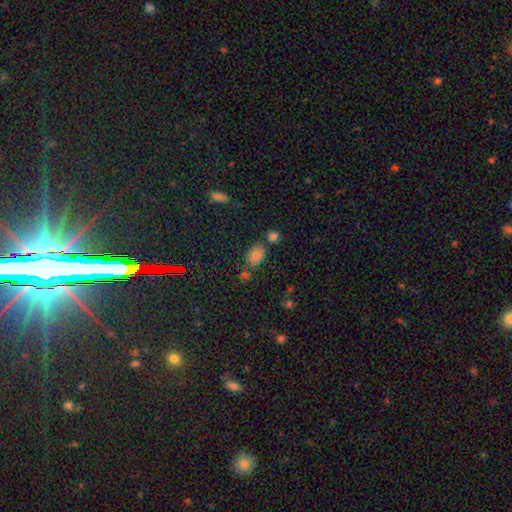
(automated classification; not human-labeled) This is likely a smooth galaxy (69%). How rounded: clearly in between (81%). Merging: likely none (69%).